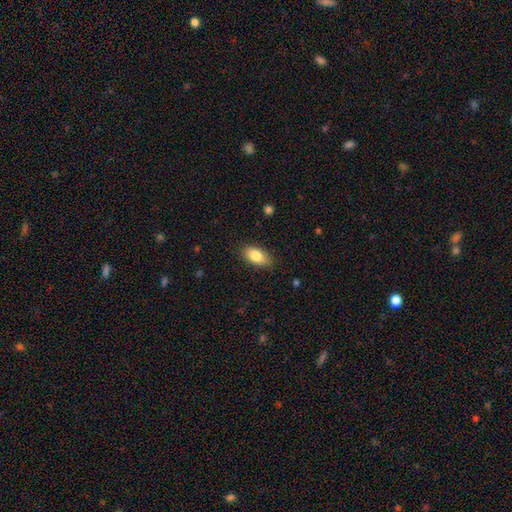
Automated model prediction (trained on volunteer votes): Q: Smooth or featured?
A: smooth (83%); runner-up: featured or disk (10%)
Q: How rounded?
A: in between (91%); runner-up: cigar-shaped (5%)
Q: Merging?
A: none (84%); runner-up: minor disturbance (13%)